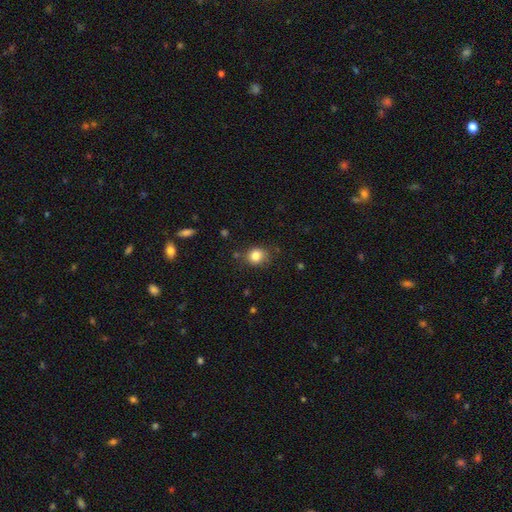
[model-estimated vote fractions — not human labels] Smooth or featured? smooth (83%)
How rounded? round (72%)
Merging? none (77%)